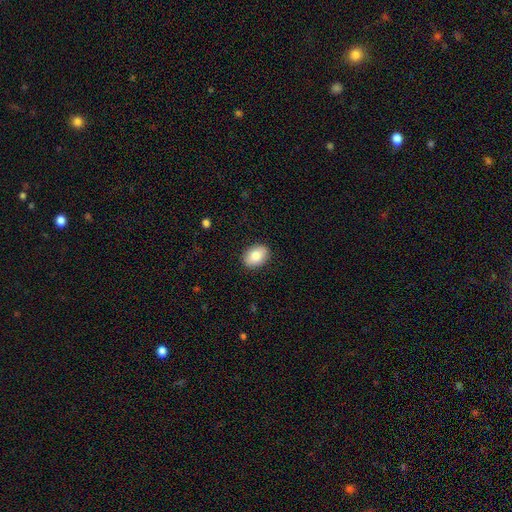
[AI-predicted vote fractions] smooth_or_featured: smooth (p=0.83) [alt: featured or disk p=0.10]
how_rounded: in between (p=0.80) [alt: round p=0.19]
merging: none (p=0.89) [alt: minor disturbance p=0.08]